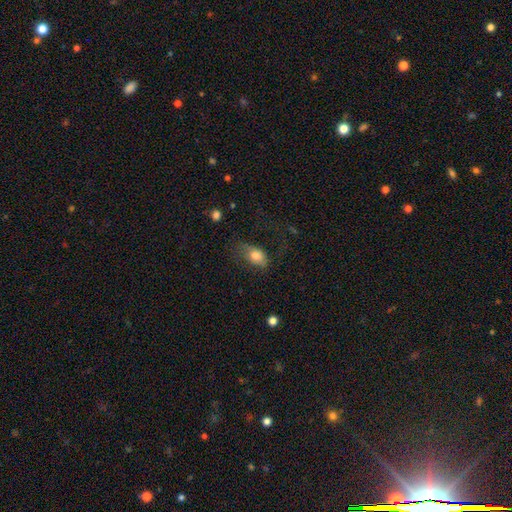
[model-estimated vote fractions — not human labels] This is likely a smooth galaxy (76%). How rounded: clearly in between (86%). Merging: possibly none (48%).